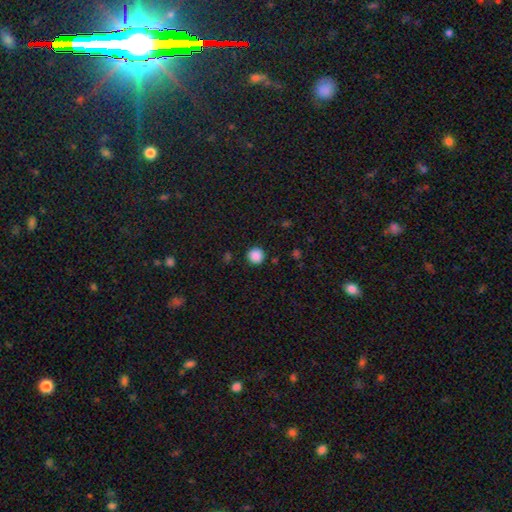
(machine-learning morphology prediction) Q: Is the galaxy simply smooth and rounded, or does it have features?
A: smooth — 88%.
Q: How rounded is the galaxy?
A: round — 94%.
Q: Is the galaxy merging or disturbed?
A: none — 91%.